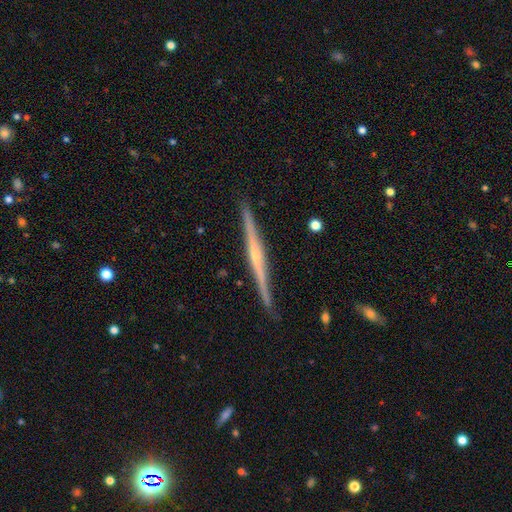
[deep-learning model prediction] smooth_or_featured: featured or disk (p=0.81) [alt: smooth p=0.13]
disk_edge_on: yes (p=0.98) [alt: no p=0.02]
edge_on_bulge: rounded (p=0.61) [alt: none p=0.31]
merging: none (p=0.90) [alt: minor disturbance p=0.07]